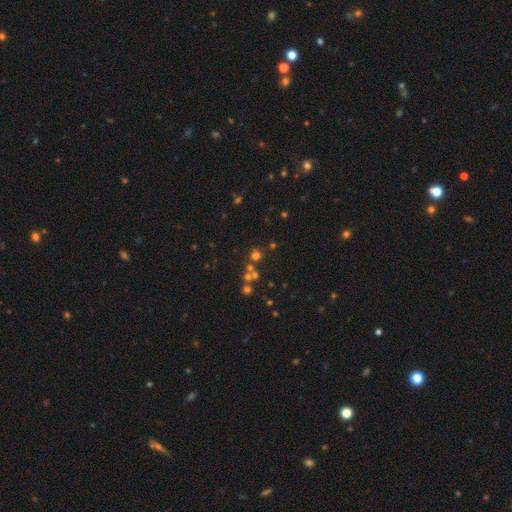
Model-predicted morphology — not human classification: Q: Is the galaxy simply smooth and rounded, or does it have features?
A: smooth — 52%.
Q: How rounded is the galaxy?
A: round — 90%.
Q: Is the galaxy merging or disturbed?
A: none — 67%.